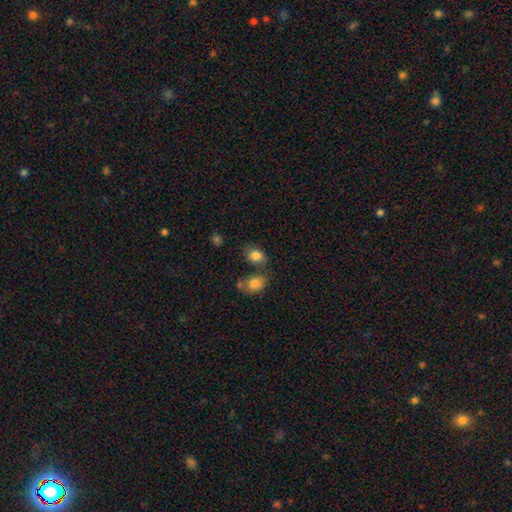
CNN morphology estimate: type=smooth (83%); roundness=in between (71%); merging=none (59%).